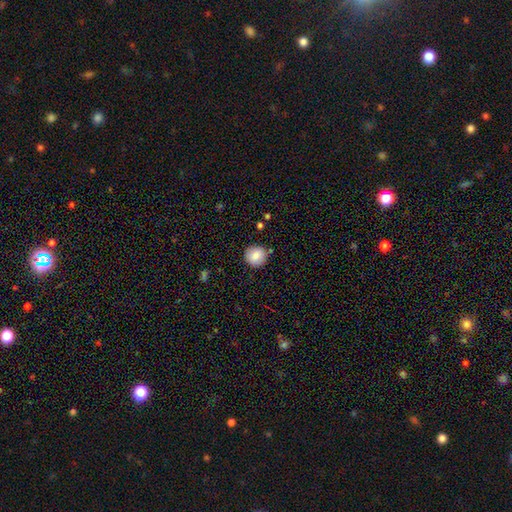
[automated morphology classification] Smooth or featured?
  - smooth: 84% *
  - star or artifact: 8%
  - featured or disk: 7%
How rounded?
  - round: 93% *
  - in between: 6%
  - cigar-shaped: 1%
Merging?
  - none: 88% *
  - minor disturbance: 8%
  - merger: 2%
  - major disturbance: 2%